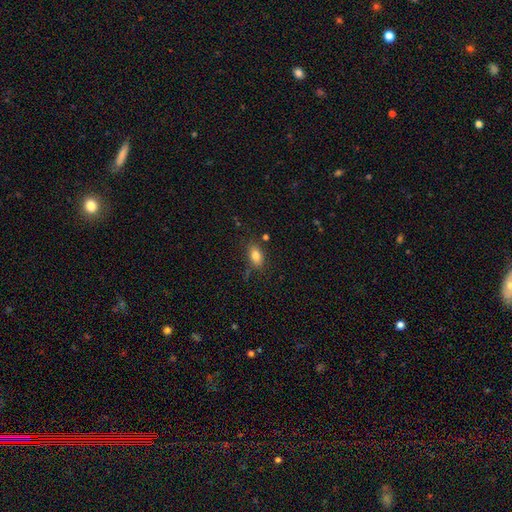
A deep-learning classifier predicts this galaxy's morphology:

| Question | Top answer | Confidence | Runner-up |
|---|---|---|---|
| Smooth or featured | smooth | 81% | featured or disk (10%) |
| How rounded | in between | 86% | round (10%) |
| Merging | none | 77% | minor disturbance (15%) |